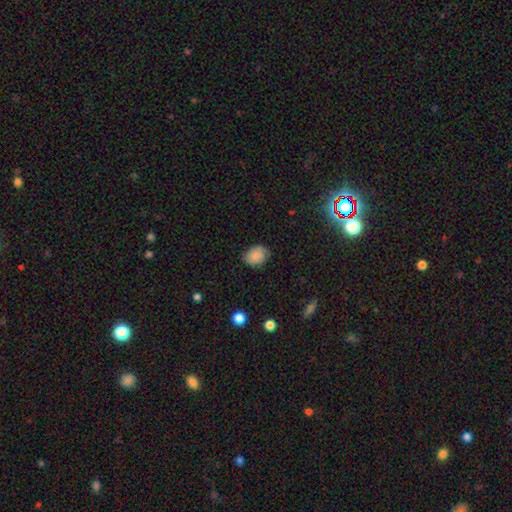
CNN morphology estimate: Smooth or featured? smooth (85%)
How rounded? in between (57%)
Merging? none (76%)